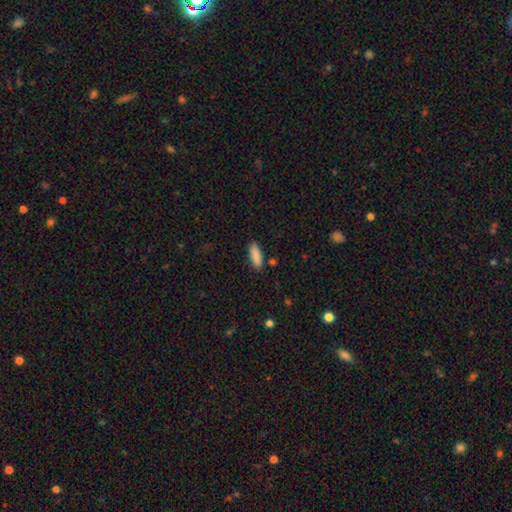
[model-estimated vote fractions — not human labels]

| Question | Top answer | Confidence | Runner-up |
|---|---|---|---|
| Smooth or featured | smooth | 89% | star or artifact (7%) |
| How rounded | in between | 67% | cigar-shaped (31%) |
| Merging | none | 86% | minor disturbance (10%) |